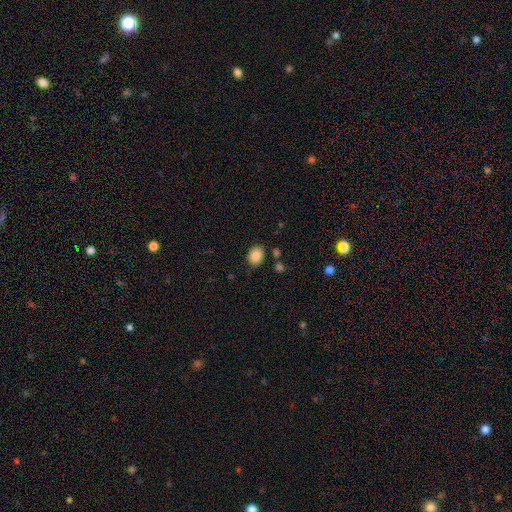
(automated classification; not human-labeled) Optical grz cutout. It shows a smooth galaxy with no disk features (87%) that is in between round and cigar-shaped (57%). Merging: none (81%).